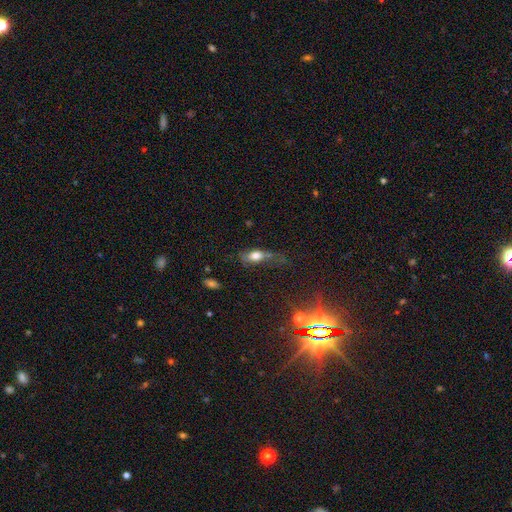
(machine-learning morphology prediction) Smooth or featured? smooth (69%)
How rounded? in between (77%)
Merging? none (32%)